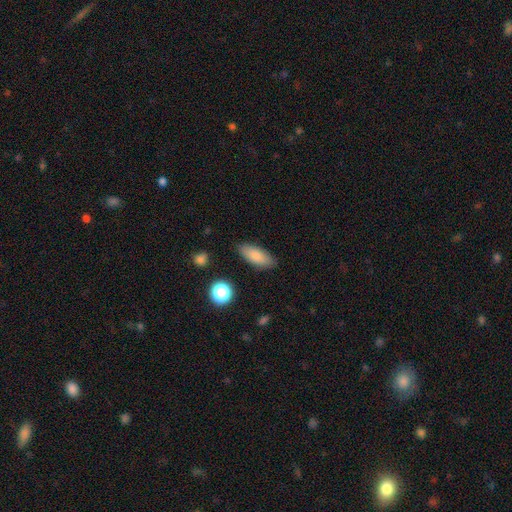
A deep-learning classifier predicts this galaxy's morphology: Smooth or featured? smooth (83%)
How rounded? in between (79%)
Merging? none (86%)